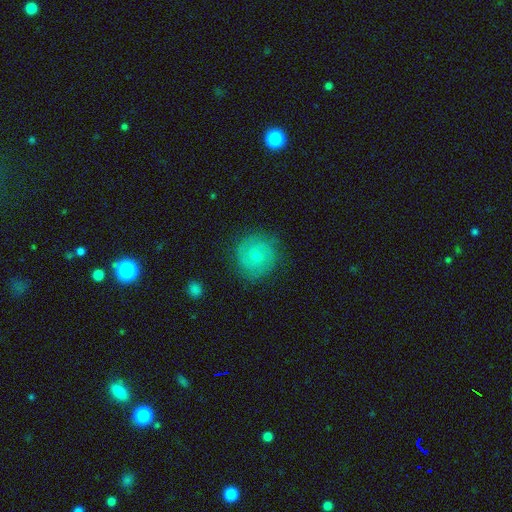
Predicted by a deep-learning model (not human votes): smooth 51%, featured or disk 41%, star or artifact 8%. Down the decision tree: how rounded — round (91%); merging — none (80%).